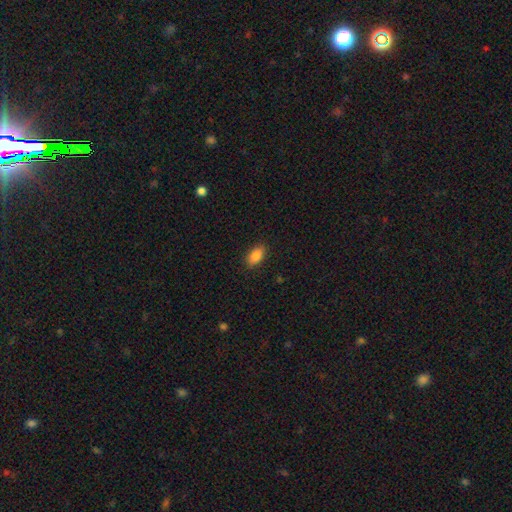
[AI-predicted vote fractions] This appears to be a smooth galaxy with no disk features (87%) that is in between round and cigar-shaped (91%). Merging: none (88%).